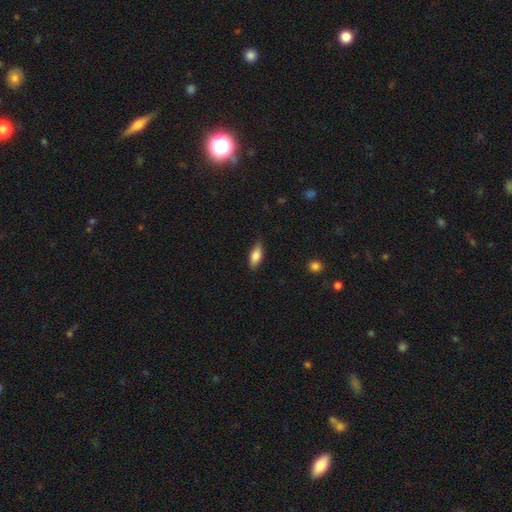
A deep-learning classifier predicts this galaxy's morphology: A smooth galaxy with no disk features (79%) that is in between round and cigar-shaped (75%). Merging: none (84%).